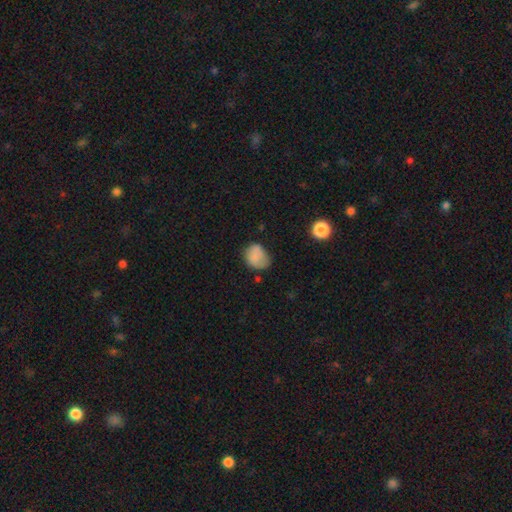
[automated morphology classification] A smooth galaxy with no disk features (79%) that is in between round and cigar-shaped (51%).

Vote fractions:
- Smooth or featured? smooth: 79% / featured or disk: 12% / star or artifact: 10%
- How rounded? in between: 51% / round: 48% / cigar-shaped: 1%
- Merging? none: 50% / minor disturbance: 34% / major disturbance: 13% / merger: 4%